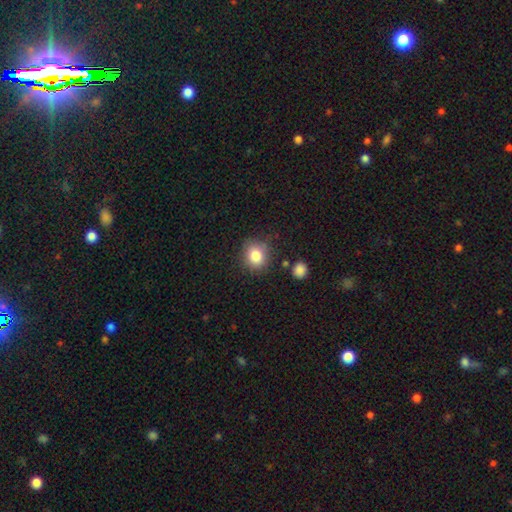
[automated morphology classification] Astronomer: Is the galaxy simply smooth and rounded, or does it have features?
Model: smooth — 83%.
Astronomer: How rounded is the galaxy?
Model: round — 77%.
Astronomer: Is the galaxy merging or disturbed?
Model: none — 81%.